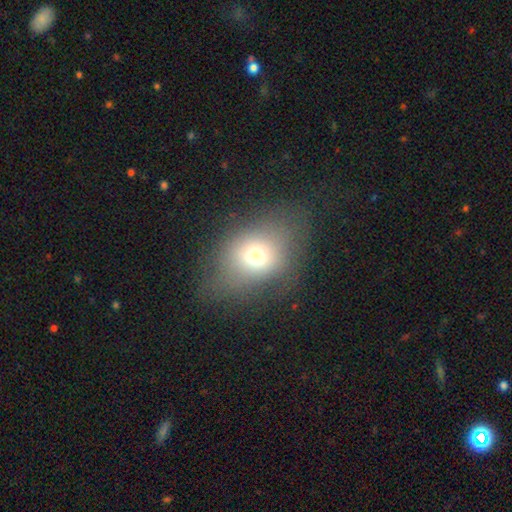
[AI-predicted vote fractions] Smooth or featured? Predicted: smooth (p=0.66). How rounded? Predicted: in between (p=0.51). Merging? Predicted: none (p=0.66).